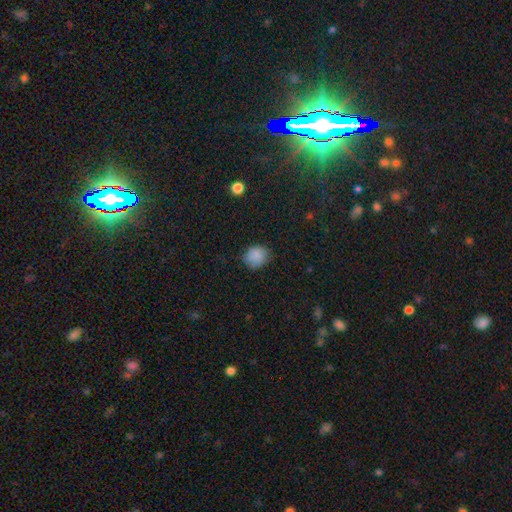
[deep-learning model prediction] Smooth or featured? Predicted: smooth (p=0.87). How rounded? Predicted: round (p=0.75). Merging? Predicted: none (p=0.79).